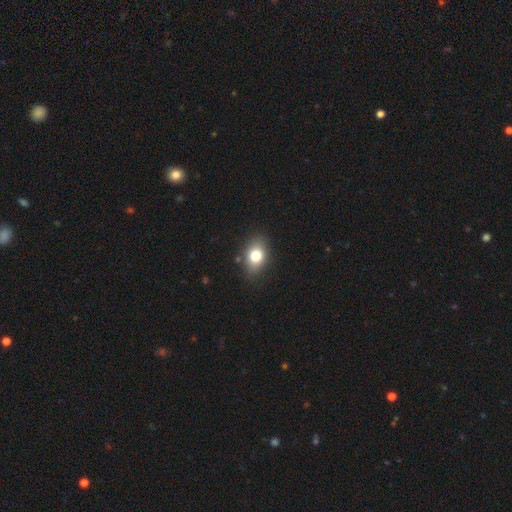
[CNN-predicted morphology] Smooth or featured?
  - smooth: 77% *
  - featured or disk: 13%
  - star or artifact: 10%
How rounded?
  - in between: 75% *
  - round: 23%
  - cigar-shaped: 2%
Merging?
  - none: 83% *
  - minor disturbance: 13%
  - major disturbance: 3%
  - merger: 2%